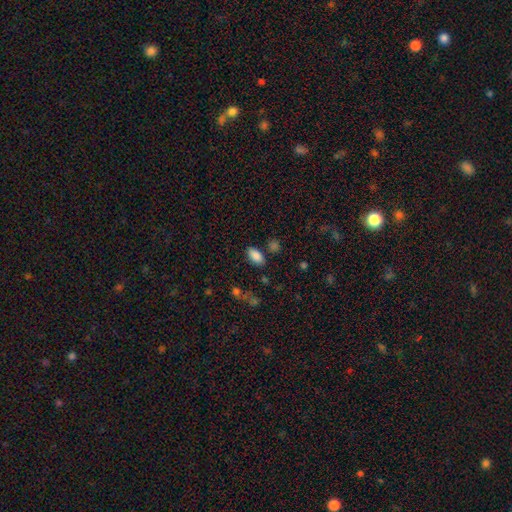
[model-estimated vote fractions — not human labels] Smooth or featured? smooth (86%)
How rounded? in between (93%)
Merging? none (79%)